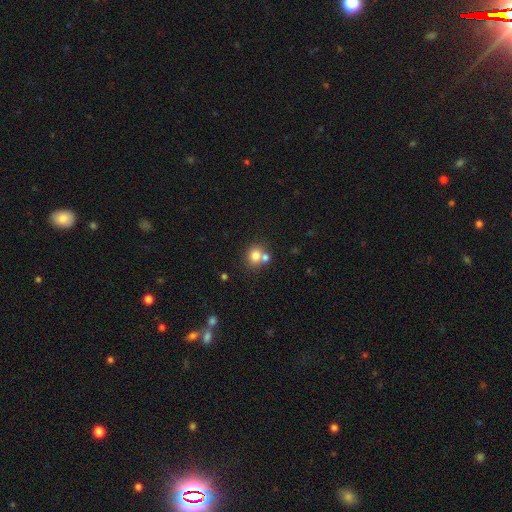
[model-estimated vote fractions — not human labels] smooth-or-featured: smooth: 78% | star or artifact: 12% | featured or disk: 11%
  how-rounded: round: 75% | in between: 25% | cigar-shaped: 1%
  merging: none: 51% | merger: 37% | minor disturbance: 9% | major disturbance: 3%